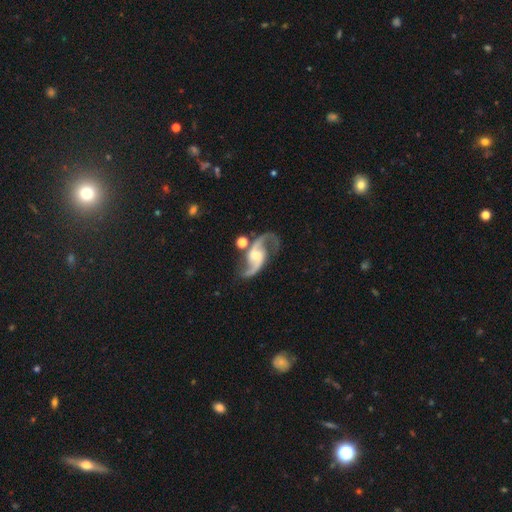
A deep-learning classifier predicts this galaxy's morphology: type=featured or disk (92%); edge-on=no (98%); bar=no (46%); spiral arms=yes (98%); winding=loose (59%); arm count=2 (94%); bulge=moderate (43%); merging=none (72%).